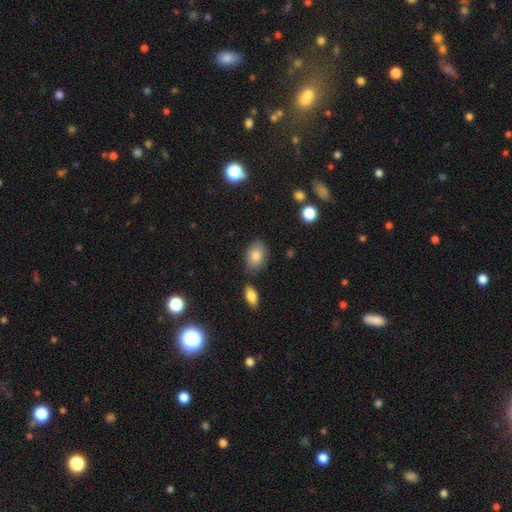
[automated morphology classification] Smooth or featured?
  - smooth: 83% *
  - featured or disk: 10%
  - star or artifact: 7%
How rounded?
  - in between: 87% *
  - round: 12%
  - cigar-shaped: 1%
Merging?
  - none: 76% *
  - minor disturbance: 15%
  - merger: 6%
  - major disturbance: 3%